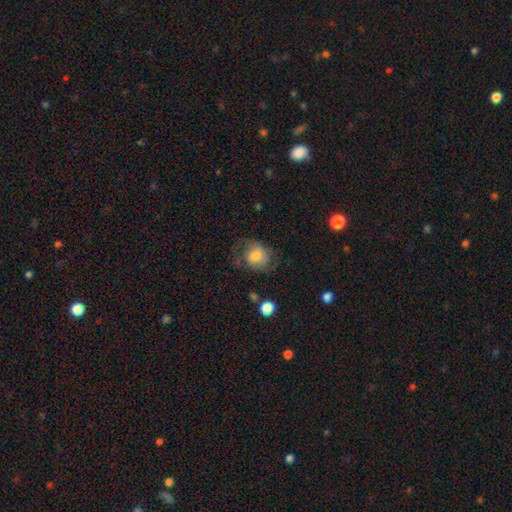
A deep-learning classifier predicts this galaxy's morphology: smooth-or-featured: smooth: 58% | featured or disk: 32% | star or artifact: 9%
  how-rounded: round: 70% | in between: 29% | cigar-shaped: 1%
  merging: none: 55% | minor disturbance: 23% | major disturbance: 20% | merger: 2%